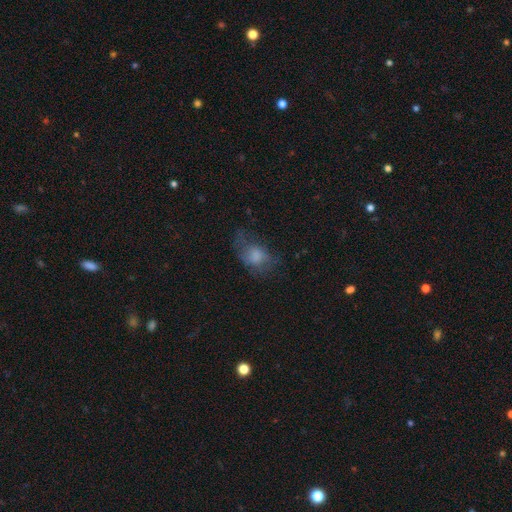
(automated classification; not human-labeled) The model was most divided on "merging": none: 38%, major disturbance: 34%, minor disturbance: 27%, merger: 2%. More confident: how rounded — in between (73%); smooth or featured — smooth (65%).